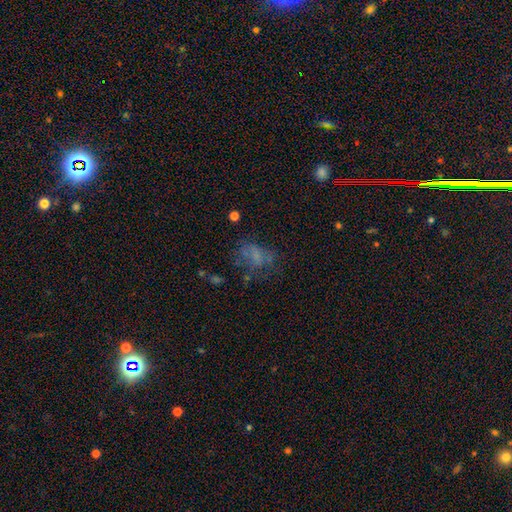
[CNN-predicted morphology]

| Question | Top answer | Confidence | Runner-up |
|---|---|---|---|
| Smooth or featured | smooth | 46% | featured or disk (33%) |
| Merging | none | 46% | major disturbance (28%) |